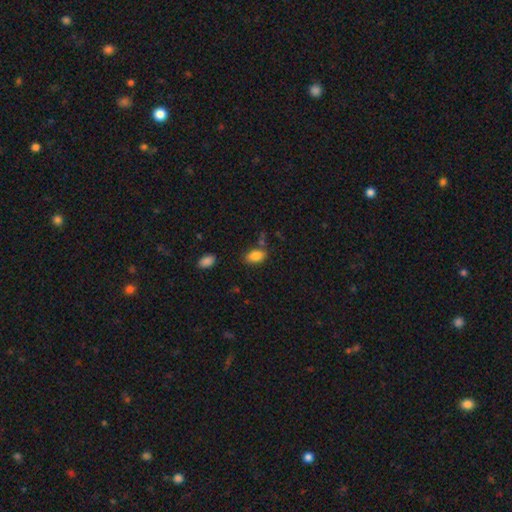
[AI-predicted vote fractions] This appears to be a smooth galaxy with no disk features (85%) that is in between round and cigar-shaped (91%). Merging: none (73%).